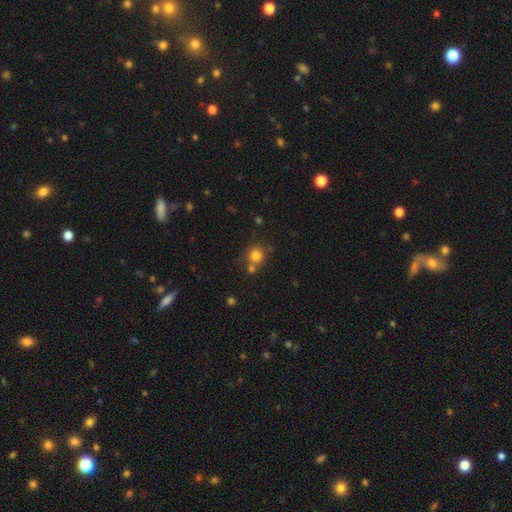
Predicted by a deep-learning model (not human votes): Smooth or featured? Predicted: smooth (p=0.80). How rounded? Predicted: round (p=0.89). Merging? Predicted: none (p=0.65).